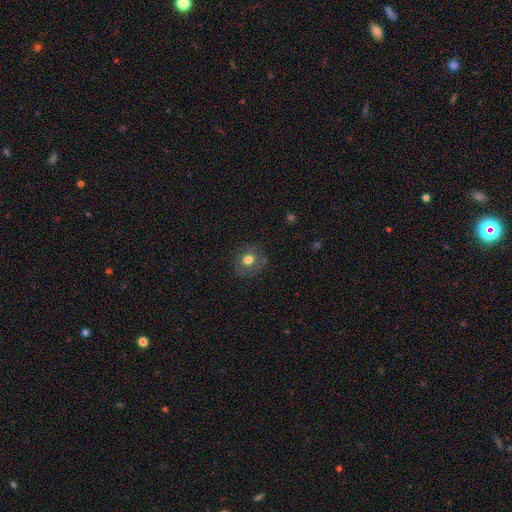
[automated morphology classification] smooth 54%, star or artifact 30%, featured or disk 16%. Down the decision tree: how rounded — round (83%); merging — none (87%).